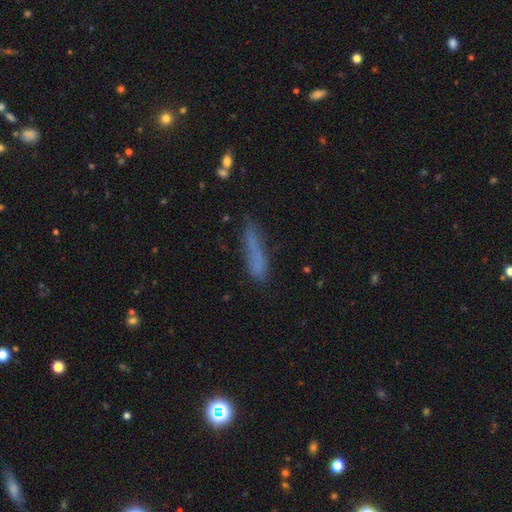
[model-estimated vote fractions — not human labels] Smooth or featured? smooth (70%)
How rounded? cigar-shaped (84%)
Merging? none (64%)